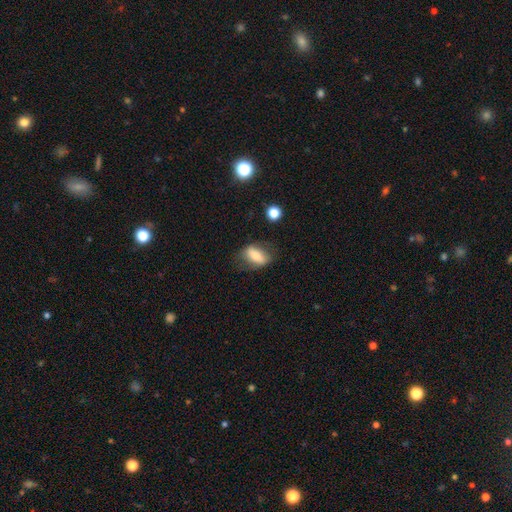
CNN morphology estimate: The model was most divided on "merging": none: 66%, minor disturbance: 22%, major disturbance: 11%, merger: 2%. More confident: how rounded — in between (80%); smooth or featured — smooth (68%).